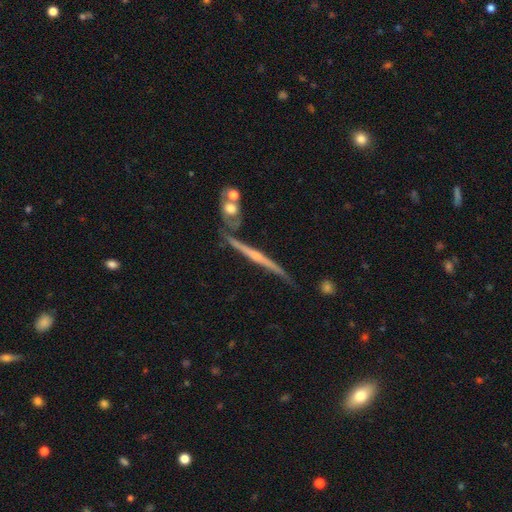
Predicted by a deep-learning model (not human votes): This appears to be a featured or disk galaxy (77%) viewed edge-on (96%) with a rounded central bulge (52%). Merging: none (73%).